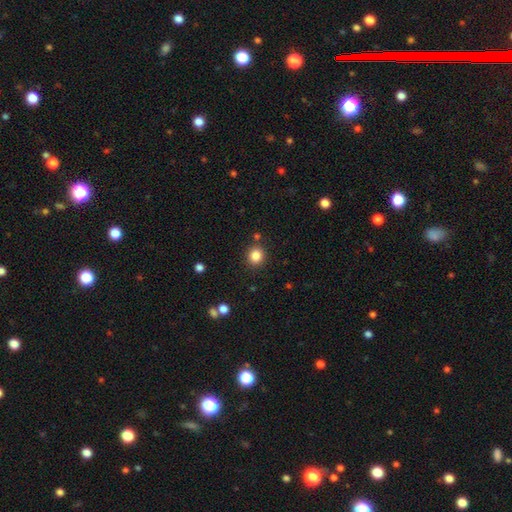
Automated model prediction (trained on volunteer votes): This appears to be a smooth galaxy with no disk features (84%) that is round (86%). Merging: none (86%).